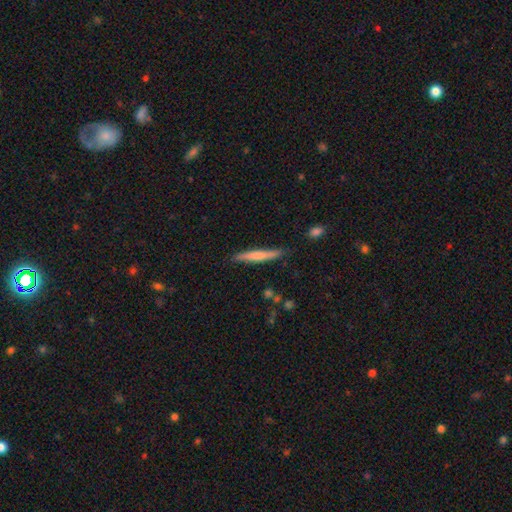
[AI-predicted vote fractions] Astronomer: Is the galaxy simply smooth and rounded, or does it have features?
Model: smooth — 61%.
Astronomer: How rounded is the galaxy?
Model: cigar-shaped — 95%.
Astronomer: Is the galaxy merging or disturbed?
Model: none — 86%.